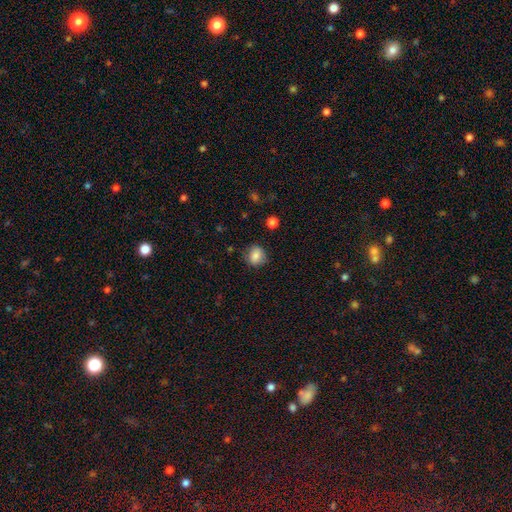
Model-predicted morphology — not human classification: This is clearly a smooth galaxy (82%). How rounded: likely round (66%). Merging: likely none (79%).